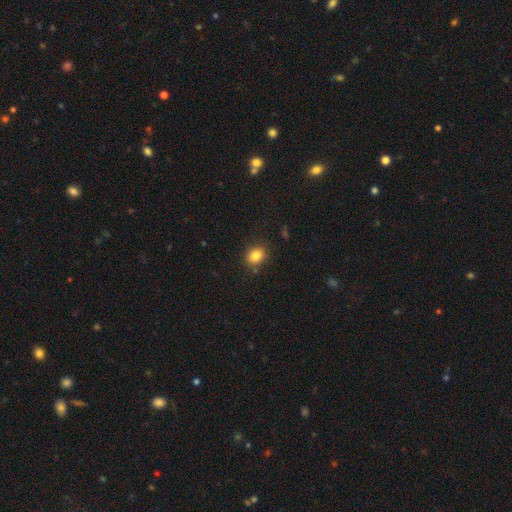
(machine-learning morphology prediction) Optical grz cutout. It shows a smooth galaxy with no disk features (84%) that is round (51%). Merging: none (84%).